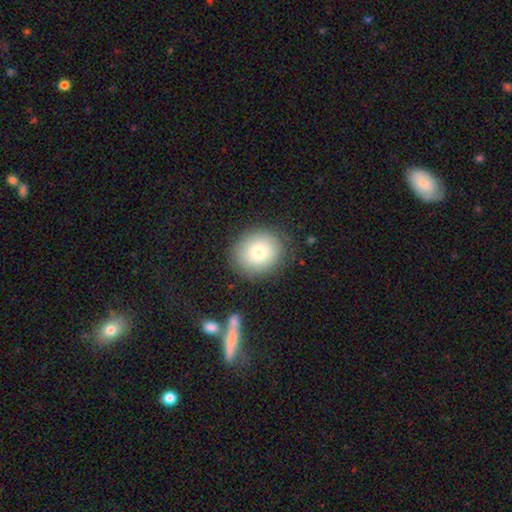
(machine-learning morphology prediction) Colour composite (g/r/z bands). It shows a smooth galaxy with no disk features (77%) that is round (77%). Merging: none (83%).